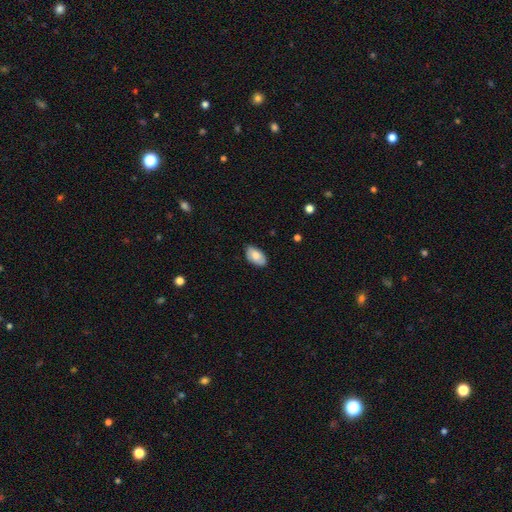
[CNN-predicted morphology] A smooth galaxy with no disk features (78%) that is in between round and cigar-shaped (94%).

Vote fractions:
- Smooth or featured? smooth: 78% / featured or disk: 16% / star or artifact: 6%
- How rounded? in between: 94% / round: 4% / cigar-shaped: 1%
- Merging? none: 81% / minor disturbance: 15% / major disturbance: 2% / merger: 1%